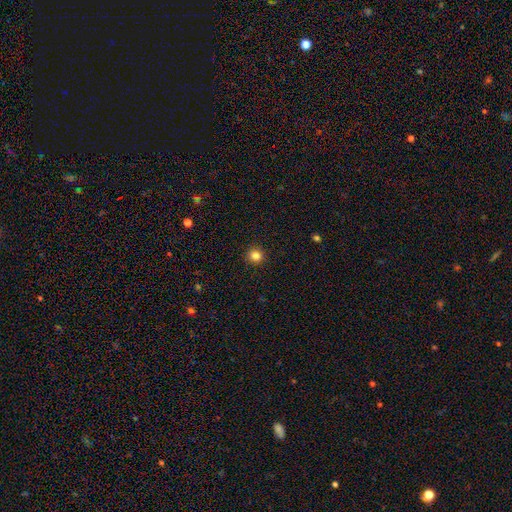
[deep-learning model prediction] This appears to be a smooth galaxy with no disk features (83%) that is round (93%). Merging: none (93%).